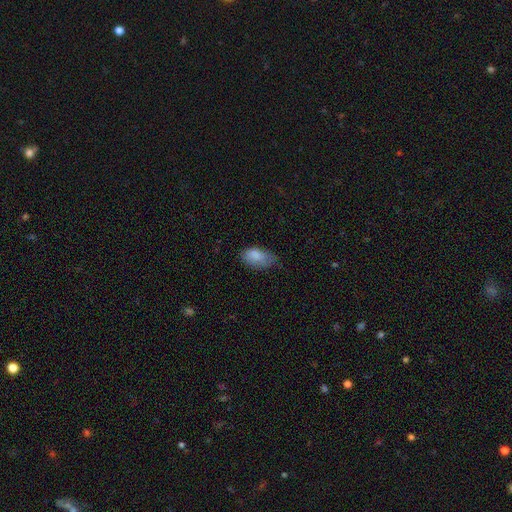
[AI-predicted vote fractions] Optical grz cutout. It shows a smooth galaxy with no disk features (84%) that is in between round and cigar-shaped (93%). Merging: none (46%).